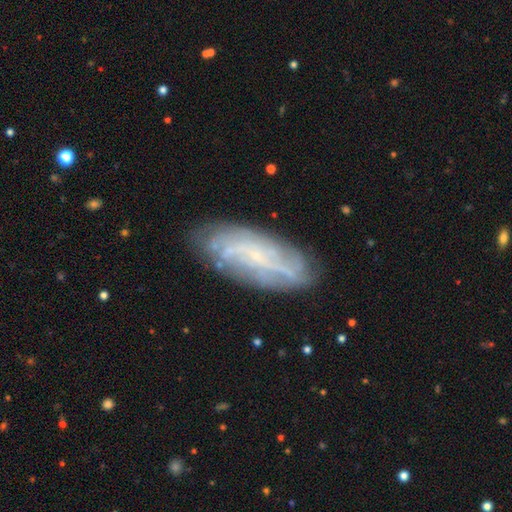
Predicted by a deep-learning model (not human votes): Smooth or featured?
  - featured or disk: 70% *
  - smooth: 22%
  - star or artifact: 8%
Edge-on disk?
  - no: 86% *
  - yes: 14%
Bar?
  - no: 59% *
  - weak: 31%
  - strong: 10%
Spiral arms?
  - yes: 82% *
  - no: 18%
Bulge size?
  - small: 72% *
  - none: 18%
  - moderate: 8%
  - large: 1%
  - dominant: 1%
Merging?
  - none: 79% *
  - minor disturbance: 15%
  - major disturbance: 4%
  - merger: 2%